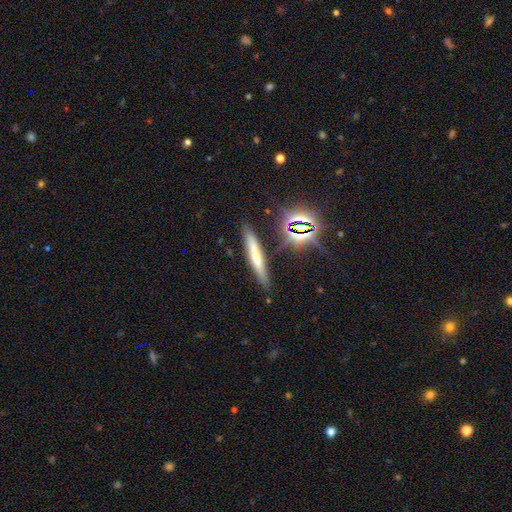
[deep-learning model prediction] smooth 53%, featured or disk 29%, star or artifact 18%. Down the decision tree: how rounded — cigar-shaped (91%); merging — none (84%).